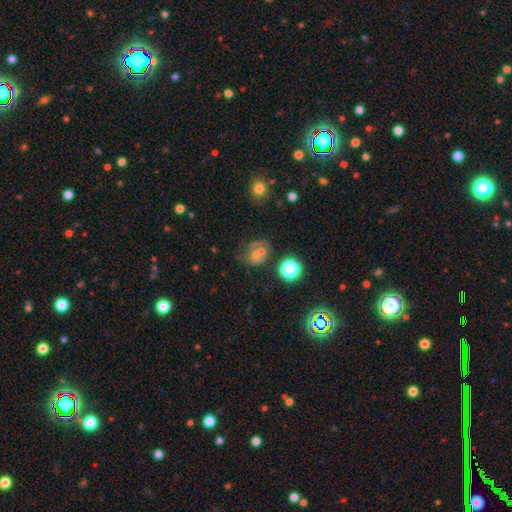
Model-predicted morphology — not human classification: Smooth or featured?
  - smooth: 41% *
  - featured or disk: 32%
  - star or artifact: 27%
Merging?
  - none: 37% *
  - merger: 34%
  - minor disturbance: 15%
  - major disturbance: 14%